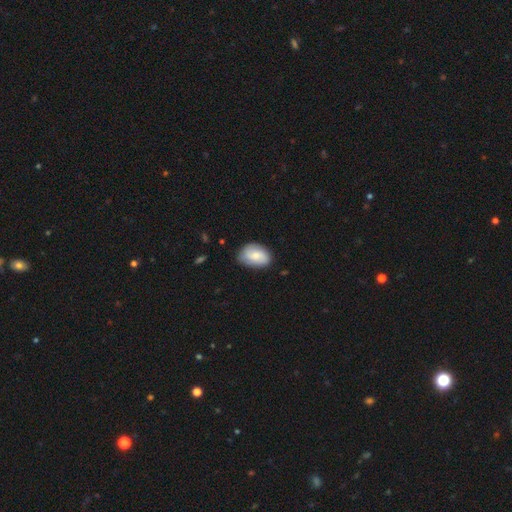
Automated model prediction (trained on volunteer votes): This is likely a smooth galaxy (70%). How rounded: clearly in between (85%). Merging: likely none (74%).